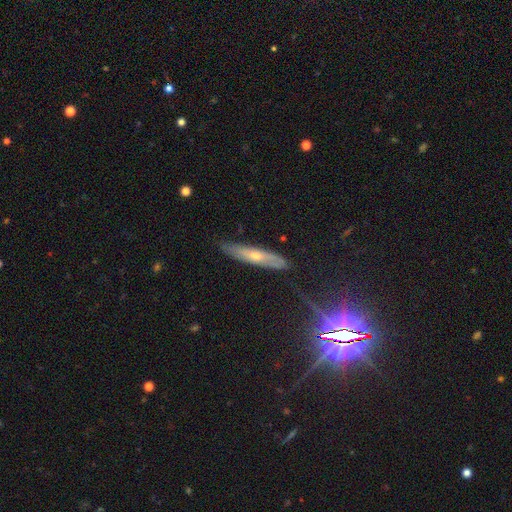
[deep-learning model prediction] smooth-or-featured: featured or disk: 54% | smooth: 29% | star or artifact: 18%
  disk-edge-on: yes: 71% | no: 29%
  merging: none: 80% | minor disturbance: 16% | major disturbance: 3% | merger: 1%